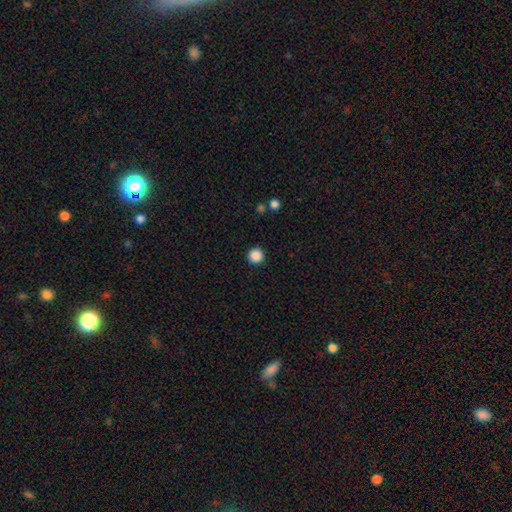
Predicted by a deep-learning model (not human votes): The model was most divided on "smooth or featured": smooth: 87%, star or artifact: 10%, featured or disk: 2%. More confident: how rounded — round (96%); merging — none (93%).